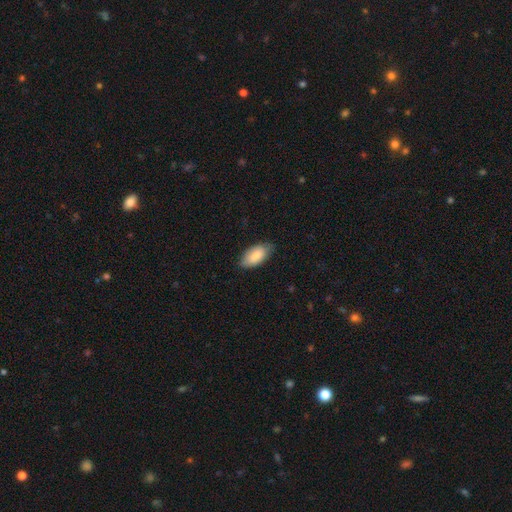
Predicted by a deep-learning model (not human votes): Morphology: type=smooth (84%); roundness=in between (94%); merging=none (79%).